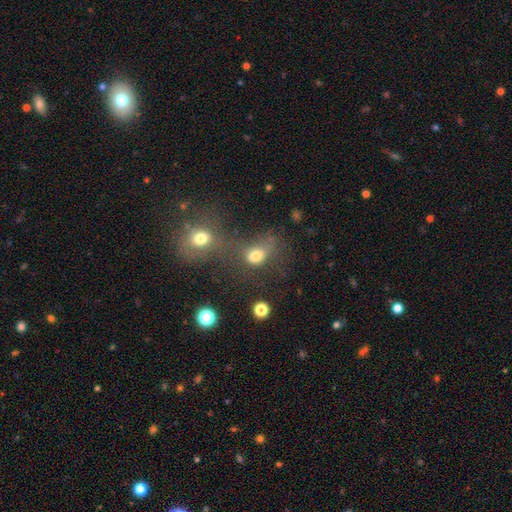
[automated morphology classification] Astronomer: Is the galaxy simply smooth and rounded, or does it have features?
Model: smooth — 73%.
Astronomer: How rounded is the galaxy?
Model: in between — 52% (runner-up: round, 46%).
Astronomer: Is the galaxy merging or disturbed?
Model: merger — 43% (runner-up: none, 31%).